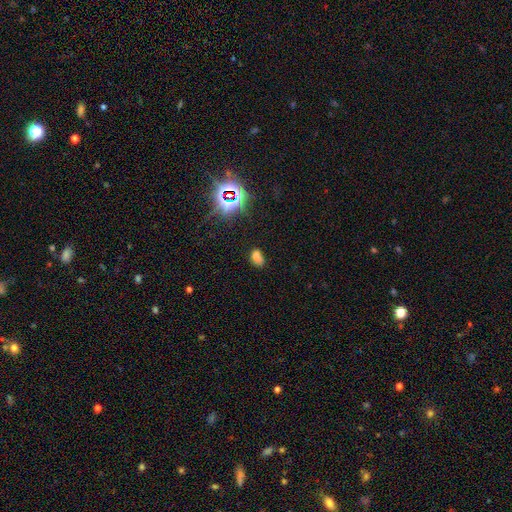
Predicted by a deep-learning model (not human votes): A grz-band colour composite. It shows a smooth galaxy with no disk features (62%) that is in between round and cigar-shaped (69%). Merging: merger (38%, tied with none).